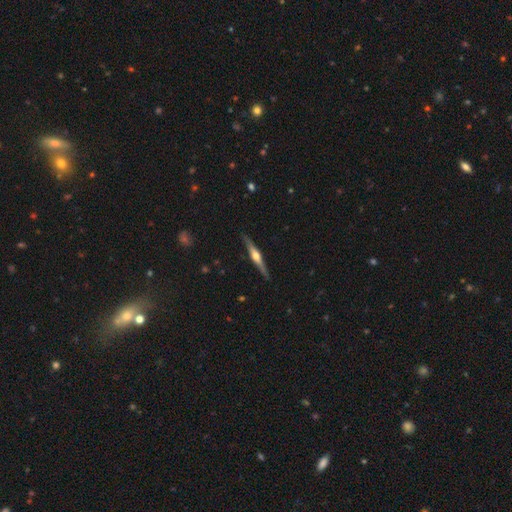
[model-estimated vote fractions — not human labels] A featured or disk galaxy (77%) viewed edge-on (98%) with a rounded central bulge (91%). Merging: none (90%).